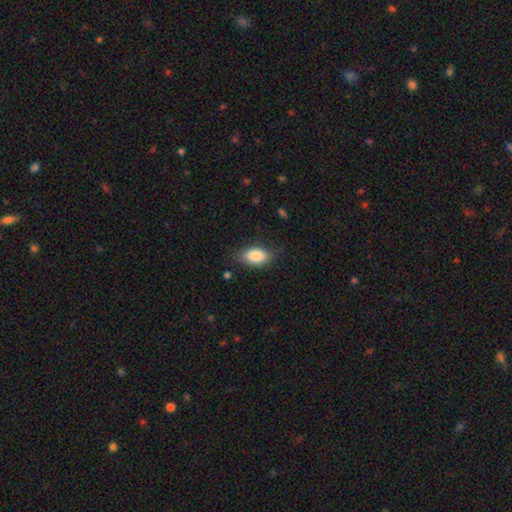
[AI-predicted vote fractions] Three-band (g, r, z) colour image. It shows a smooth galaxy with no disk features (86%) that is in between round and cigar-shaped (90%). Merging: none (72%).